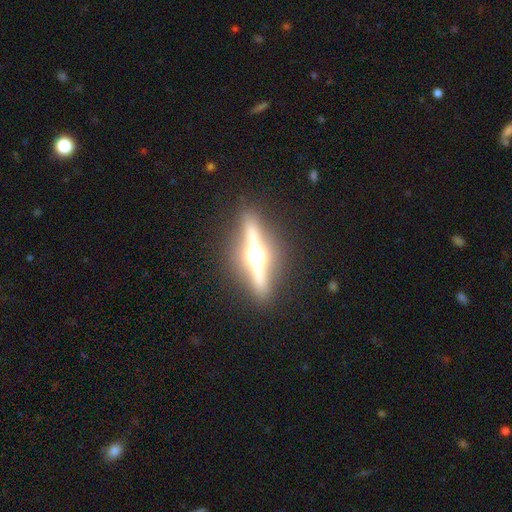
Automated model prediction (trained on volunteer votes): featured or disk 79%, smooth 12%, star or artifact 9%. Down the decision tree: edge-on disk — yes (95%); edge-on bulge — rounded (96%); merging — none (88%).